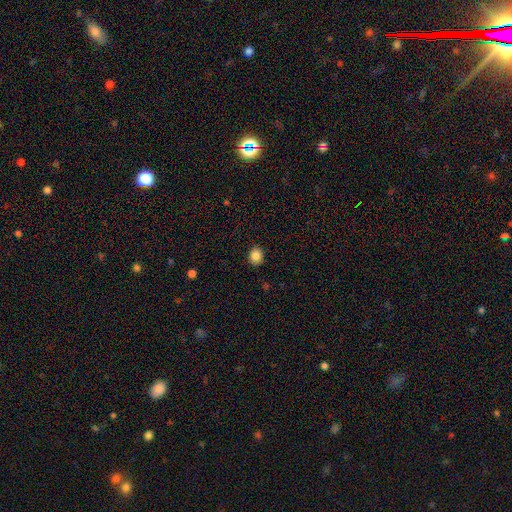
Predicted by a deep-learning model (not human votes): Morphology: type=smooth (85%); roundness=round (66%); merging=none (90%).